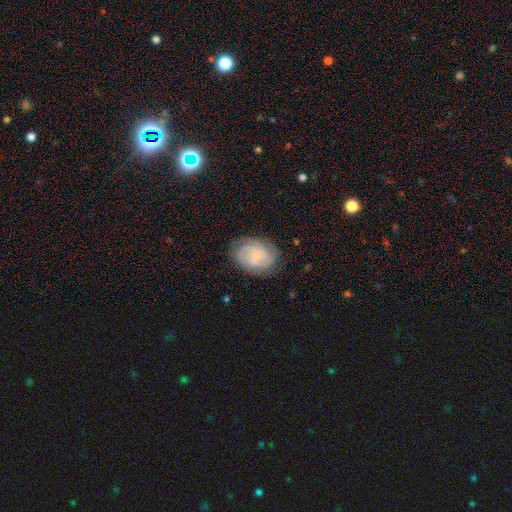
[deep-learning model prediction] smooth-or-featured: featured or disk: 62% | smooth: 30% | star or artifact: 8%
  disk-edge-on: no: 97% | yes: 3%
    bar: no: 63% | weak: 32% | strong: 5%
    has-spiral-arms: yes: 91% | no: 9%
      spiral-winding: tight: 56% | medium: 35% | loose: 10%
      spiral-arm-count: can't tell: 35% | 2: 26% | 3: 21% | 4: 8% | 1: 5% | more than 4: 5%
    bulge-size: small: 70% | moderate: 17% | none: 10% | large: 2% | dominant: 1%
  merging: none: 77% | minor disturbance: 17% | major disturbance: 5% | merger: 1%